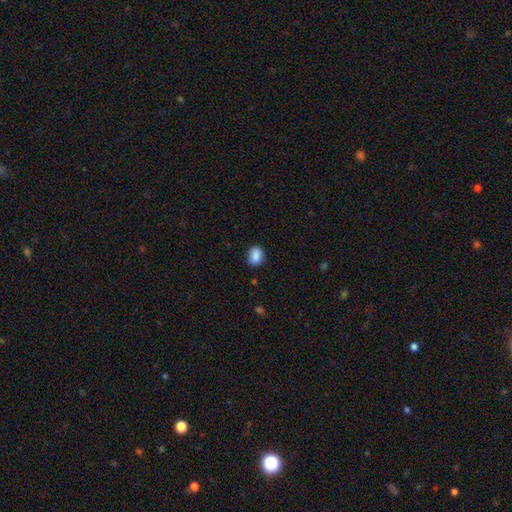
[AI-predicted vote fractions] Smooth or featured? Predicted: smooth (p=0.87). How rounded? Predicted: in between (p=0.61). Merging? Predicted: none (p=0.79).